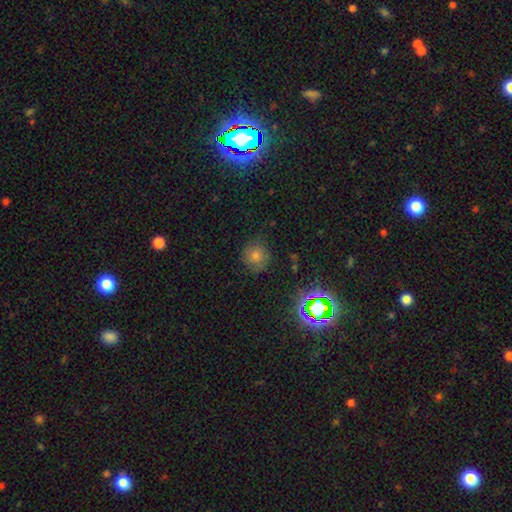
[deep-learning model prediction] Q: Smooth or featured?
A: smooth (59%); runner-up: star or artifact (28%)
Q: How rounded?
A: round (92%); runner-up: in between (7%)
Q: Merging?
A: none (81%); runner-up: minor disturbance (13%)